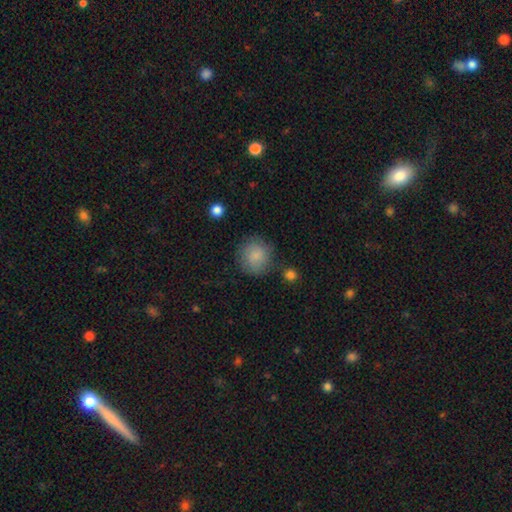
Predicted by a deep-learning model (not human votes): Q: Smooth or featured?
A: smooth (82%); runner-up: featured or disk (10%)
Q: How rounded?
A: round (89%); runner-up: in between (10%)
Q: Merging?
A: none (77%); runner-up: minor disturbance (15%)